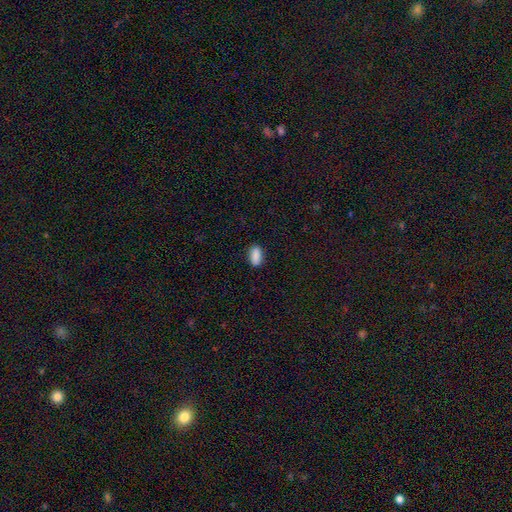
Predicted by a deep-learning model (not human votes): Overall: smooth (88%). How rounded: in between (83%). Merging: none (87%).